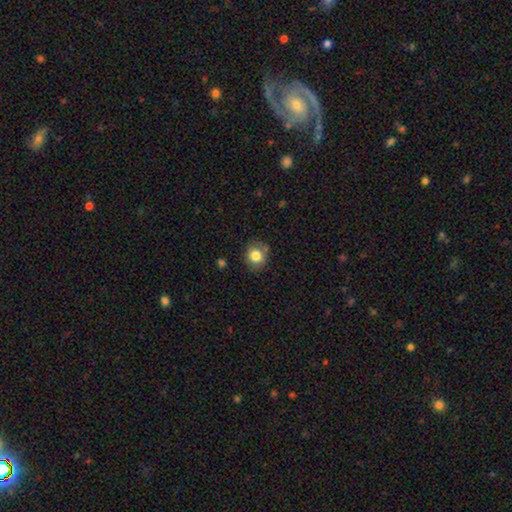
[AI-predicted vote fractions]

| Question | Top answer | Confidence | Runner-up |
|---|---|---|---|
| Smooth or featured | smooth | 81% | star or artifact (10%) |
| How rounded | round | 74% | in between (25%) |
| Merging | none | 76% | minor disturbance (17%) |